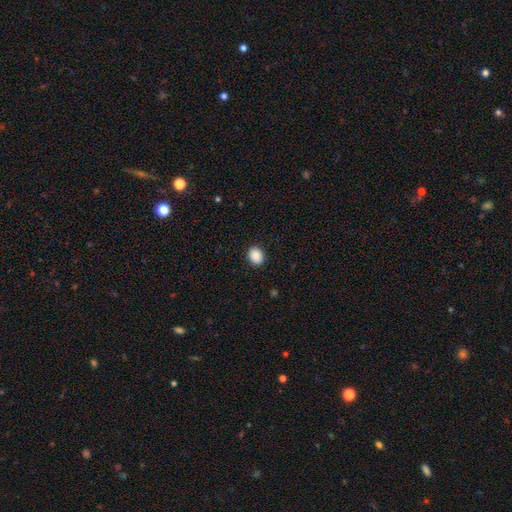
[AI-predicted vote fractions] smooth_or_featured: smooth (p=0.88) [alt: star or artifact p=0.08]
how_rounded: round (p=0.52) [alt: in between p=0.47]
merging: none (p=0.91) [alt: minor disturbance p=0.07]